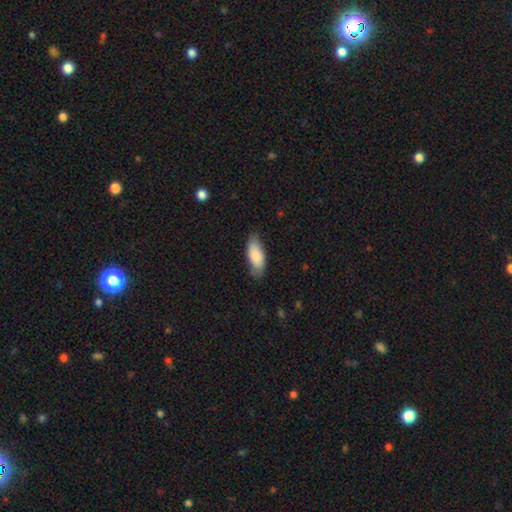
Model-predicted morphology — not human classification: Overall: smooth (85%). How rounded: in between (82%). Merging: none (73%).